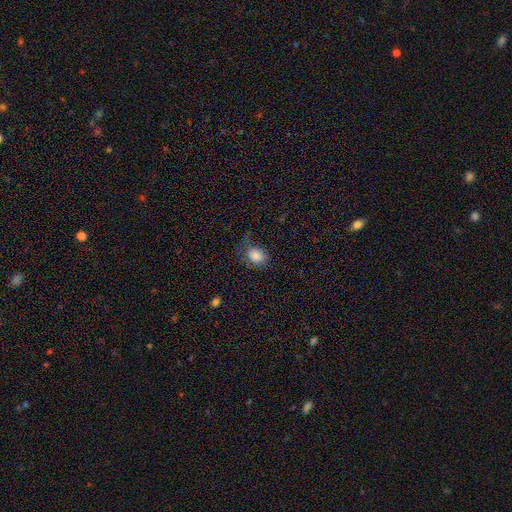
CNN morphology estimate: smooth-or-featured: smooth: 84% | star or artifact: 10% | featured or disk: 7%
  how-rounded: in between: 53% | round: 46% | cigar-shaped: 1%
  merging: none: 51% | minor disturbance: 27% | major disturbance: 19% | merger: 3%